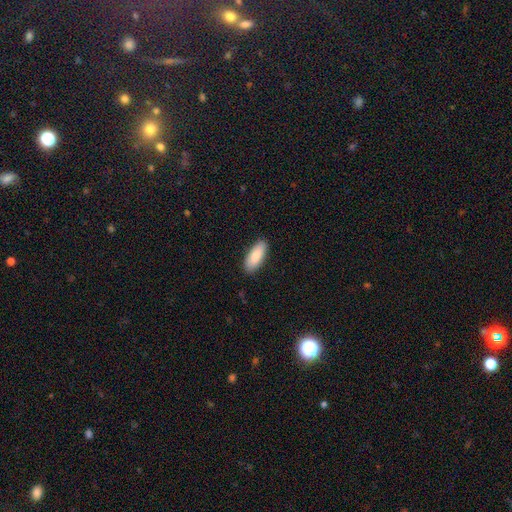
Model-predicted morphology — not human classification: Smooth or featured: smooth — 87% (featured or disk — 8%)
How rounded: in between — 79% (cigar-shaped — 20%)
Merging: none — 88% (minor disturbance — 9%)